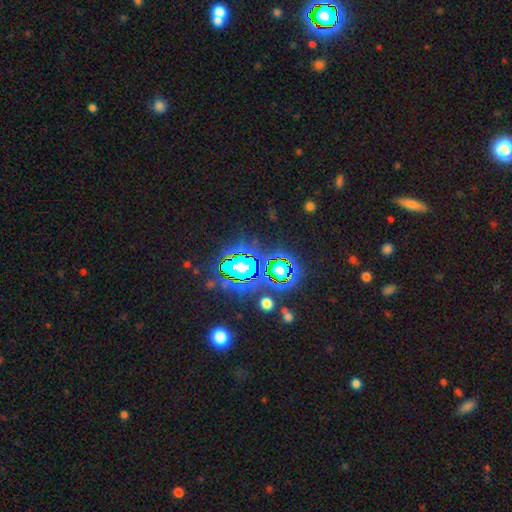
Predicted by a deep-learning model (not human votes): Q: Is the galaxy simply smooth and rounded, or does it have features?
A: star or artifact — 82%.